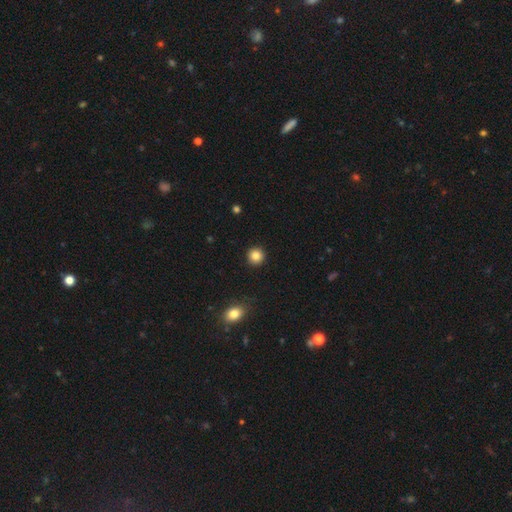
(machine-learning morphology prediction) Smooth or featured? smooth (85%)
How rounded? round (94%)
Merging? none (92%)